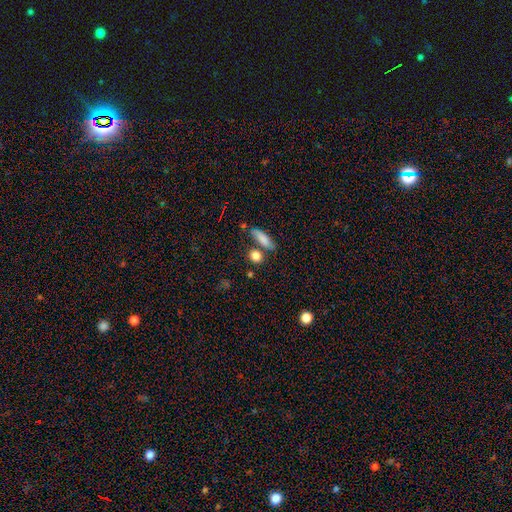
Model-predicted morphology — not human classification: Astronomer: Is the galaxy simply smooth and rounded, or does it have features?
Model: smooth — 82%.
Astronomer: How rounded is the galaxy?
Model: round — 53% (runner-up: in between, 32%).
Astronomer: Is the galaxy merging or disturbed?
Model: none — 68%.